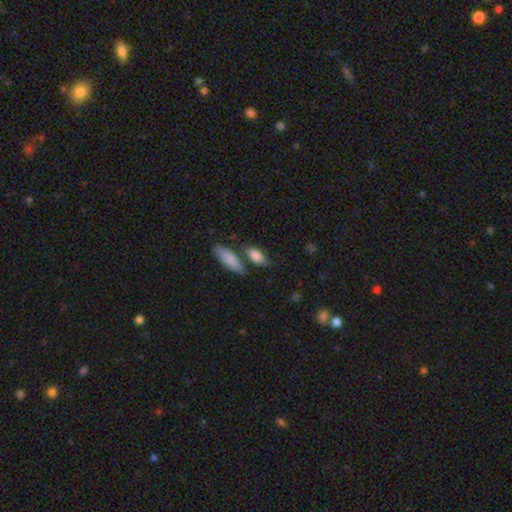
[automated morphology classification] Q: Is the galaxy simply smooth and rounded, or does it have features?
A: smooth — 85%.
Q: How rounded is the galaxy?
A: in between — 81%.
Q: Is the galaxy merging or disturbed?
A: none — 63%.